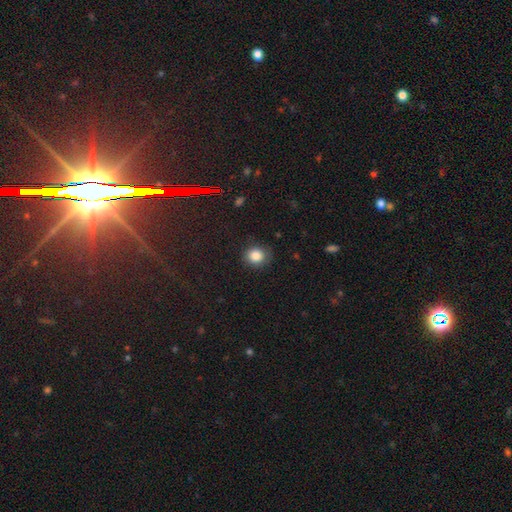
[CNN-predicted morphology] Smooth or featured?
  - smooth: 85% *
  - star or artifact: 10%
  - featured or disk: 5%
How rounded?
  - round: 80% *
  - in between: 19%
  - cigar-shaped: 1%
Merging?
  - none: 80% *
  - minor disturbance: 14%
  - major disturbance: 4%
  - merger: 1%